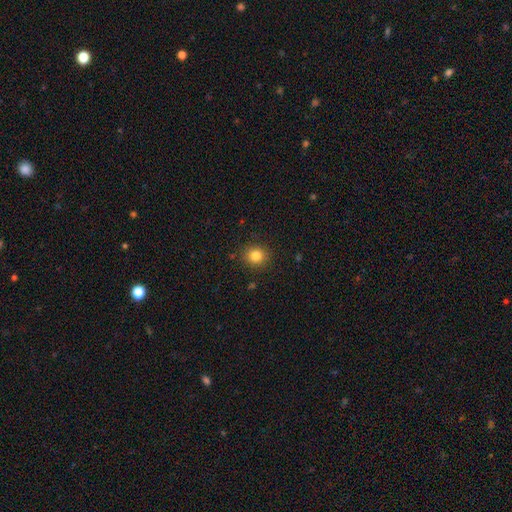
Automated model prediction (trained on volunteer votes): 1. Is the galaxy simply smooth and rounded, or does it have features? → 83% smooth, 12% star or artifact, 6% featured or disk.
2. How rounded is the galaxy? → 84% round, 15% in between, 1% cigar-shaped.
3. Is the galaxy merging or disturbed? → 89% none, 7% minor disturbance, 2% major disturbance, 1% merger.